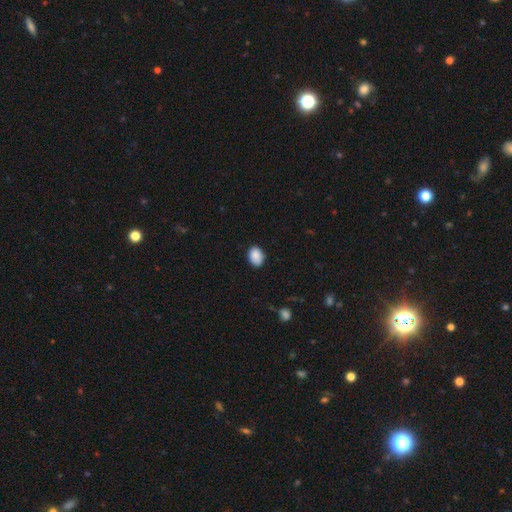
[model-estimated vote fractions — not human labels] Smooth or featured? Predicted: smooth (p=0.89). How rounded? Predicted: in between (p=0.70). Merging? Predicted: none (p=0.85).